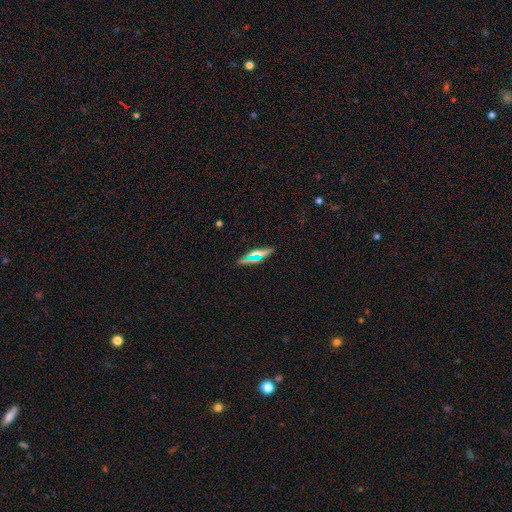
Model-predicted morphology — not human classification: Smooth or featured? Predicted: smooth (p=0.57). How rounded? Predicted: cigar-shaped (p=0.58). Merging? Predicted: none (p=0.81).